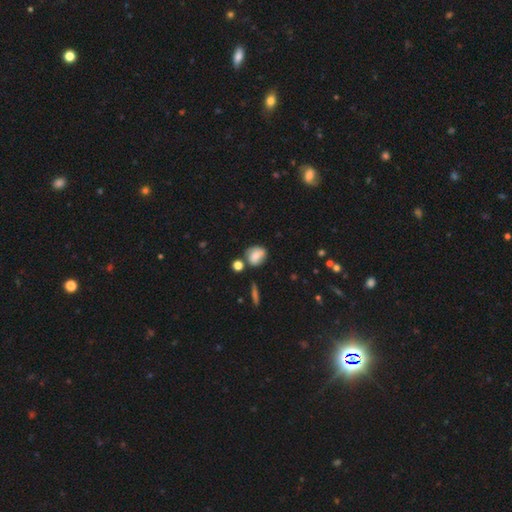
Smooth or featured: smooth — 80% (featured or disk — 10%)
How rounded: in between — 50% (round — 47%)
Merging: none — 61% (minor disturbance — 22%)